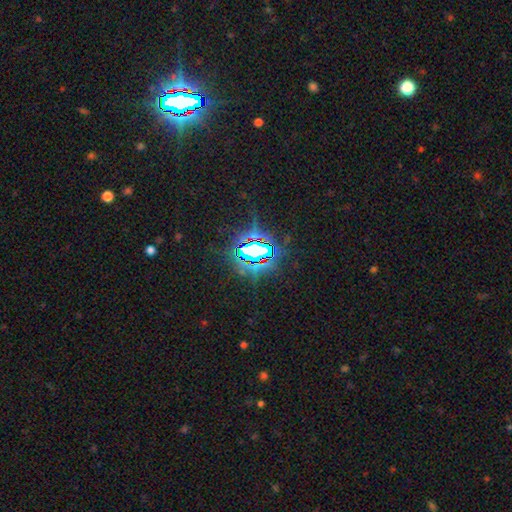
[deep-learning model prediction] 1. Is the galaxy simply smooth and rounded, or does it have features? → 84% star or artifact, 9% smooth, 7% featured or disk.